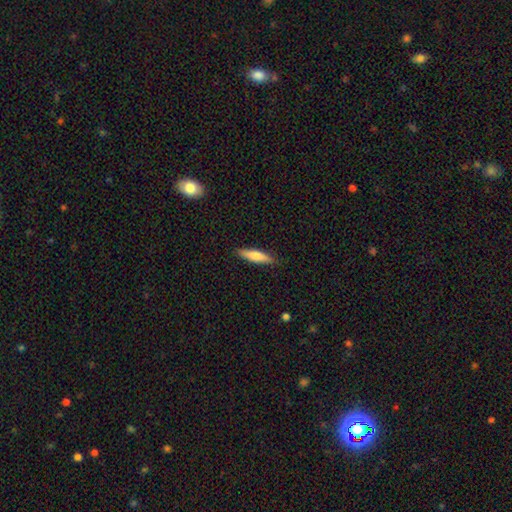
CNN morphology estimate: A smooth galaxy with no disk features (73%) that is cigar-shaped (76%).

Vote fractions:
- Smooth or featured? smooth: 73% / featured or disk: 21% / star or artifact: 6%
- How rounded? cigar-shaped: 76% / in between: 23% / round: 2%
- Merging? none: 88% / minor disturbance: 9% / major disturbance: 2% / merger: 1%